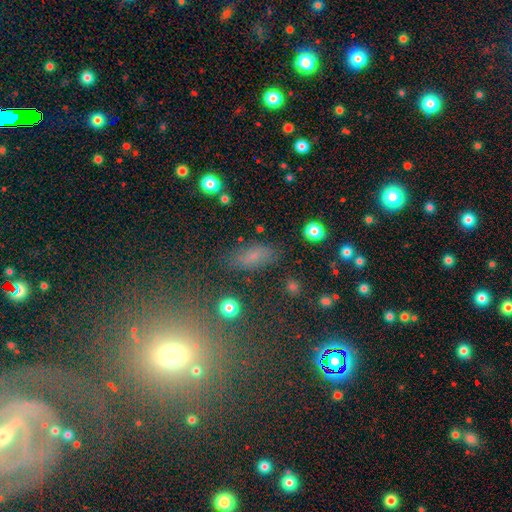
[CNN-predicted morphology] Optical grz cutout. It shows a smooth galaxy with no disk features (71%) that is in between round and cigar-shaped (78%). Merging: none (76%).